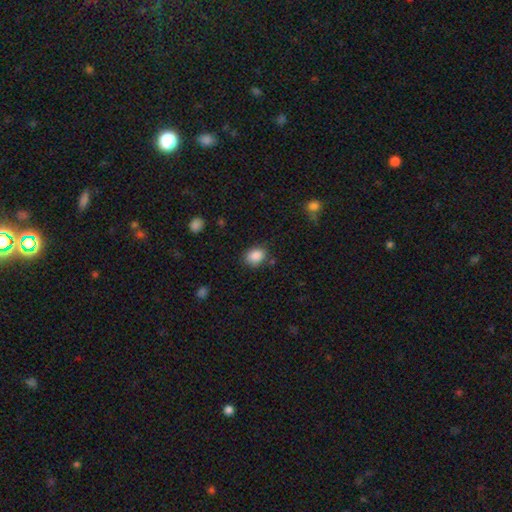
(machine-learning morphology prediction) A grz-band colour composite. It shows a smooth galaxy with no disk features (87%) that is in between round and cigar-shaped (54%). Merging: none (78%).